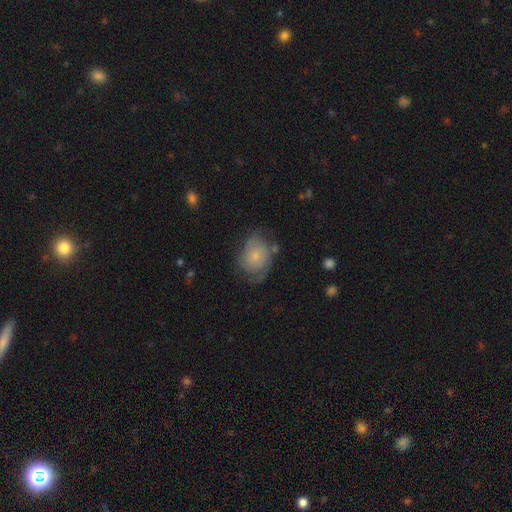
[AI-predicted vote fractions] smooth-or-featured: smooth: 54% | featured or disk: 38% | star or artifact: 8%
  how-rounded: round: 50% | in between: 49% | cigar-shaped: 1%
  merging: none: 50% | minor disturbance: 31% | major disturbance: 16% | merger: 3%